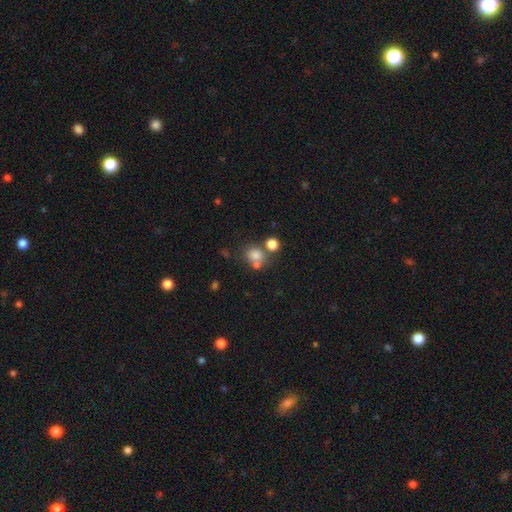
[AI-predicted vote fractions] Smooth or featured? smooth (76%)
How rounded? round (74%)
Merging? none (53%)